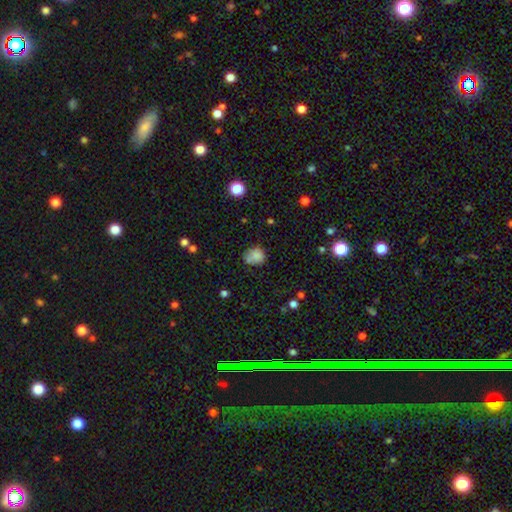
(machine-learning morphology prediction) Smooth or featured? Predicted: smooth (p=0.79). How rounded? Predicted: round (p=0.60). Merging? Predicted: none (p=0.60).